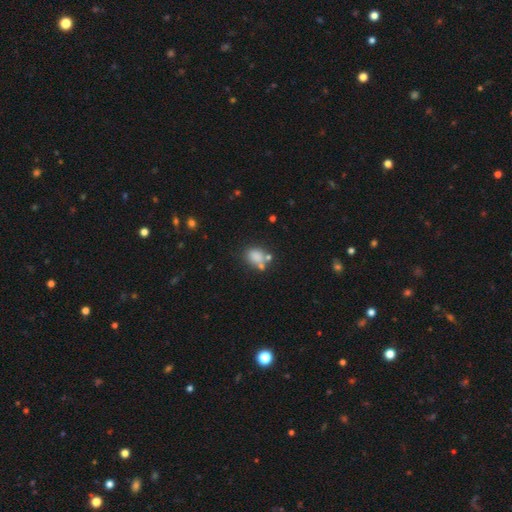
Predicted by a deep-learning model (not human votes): This is likely a smooth galaxy (78%). How rounded: possibly in between (56%). Merging: possibly none (54%).